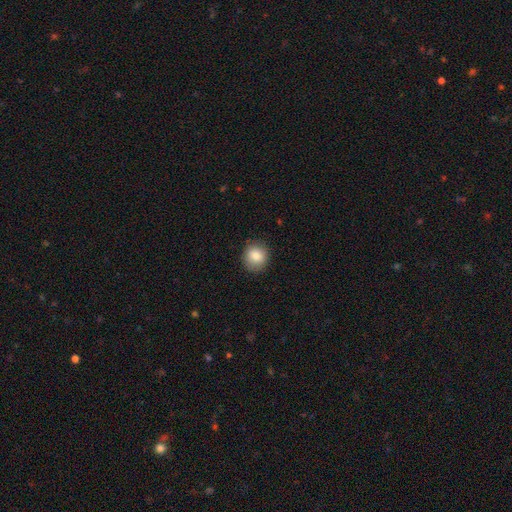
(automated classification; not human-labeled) Smooth or featured? Predicted: smooth (p=0.84). How rounded? Predicted: round (p=0.84). Merging? Predicted: none (p=0.87).